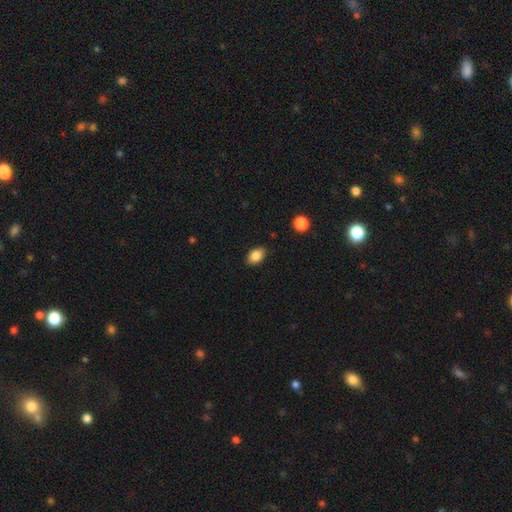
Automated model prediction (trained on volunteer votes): The model was most divided on "how rounded": in between: 86%, round: 13%, cigar-shaped: 1%. More confident: merging — none (86%); smooth or featured — smooth (85%).